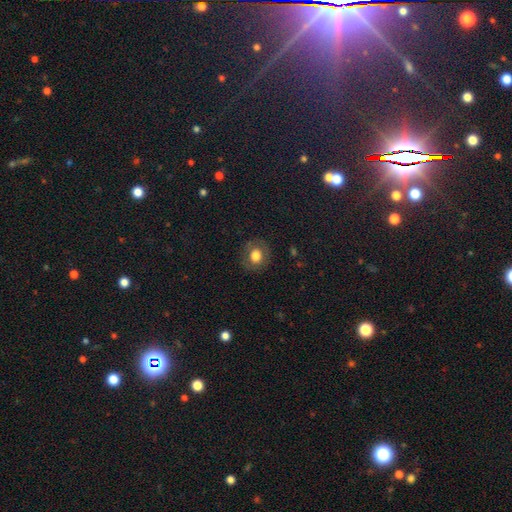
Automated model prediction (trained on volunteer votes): A smooth galaxy with no disk features (70%) that is round (70%). Merging: none (83%).